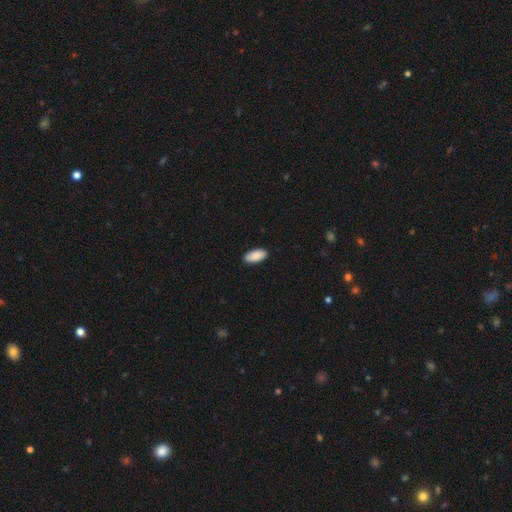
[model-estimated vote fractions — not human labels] A smooth galaxy with no disk features (90%) that is in between round and cigar-shaped (93%).

Vote fractions:
- Smooth or featured? smooth: 90% / star or artifact: 6% / featured or disk: 4%
- How rounded? in between: 93% / cigar-shaped: 5% / round: 2%
- Merging? none: 90% / minor disturbance: 8% / major disturbance: 2% / merger: 1%